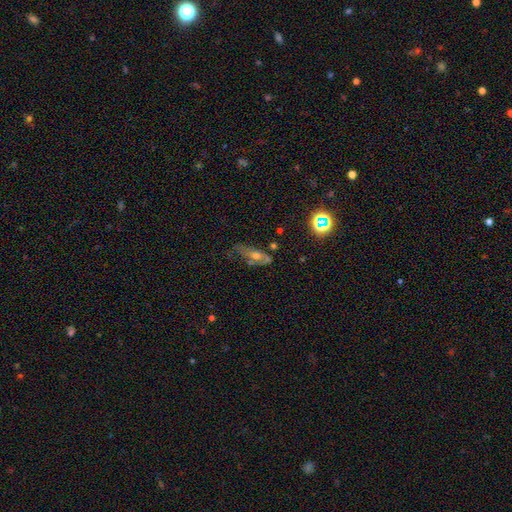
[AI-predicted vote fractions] A featured or disk galaxy (47%). Merging: none (45%).